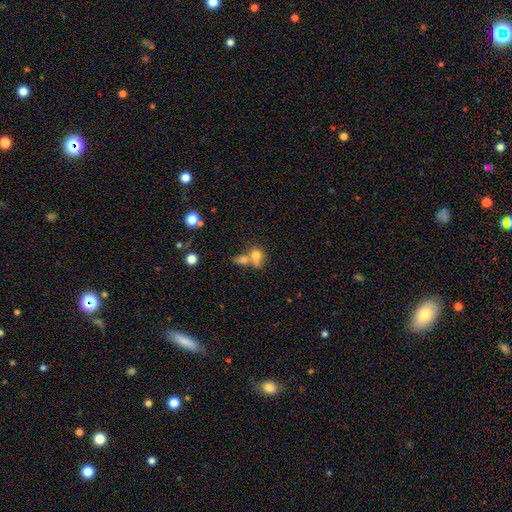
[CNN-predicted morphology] type=smooth (72%); roundness=round (49%); merging=merger (58%).